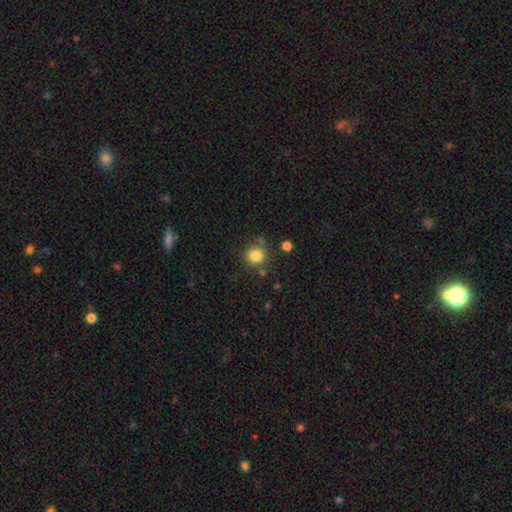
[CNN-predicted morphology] Smooth or featured? Predicted: smooth (p=0.84). How rounded? Predicted: round (p=0.92). Merging? Predicted: none (p=0.77).